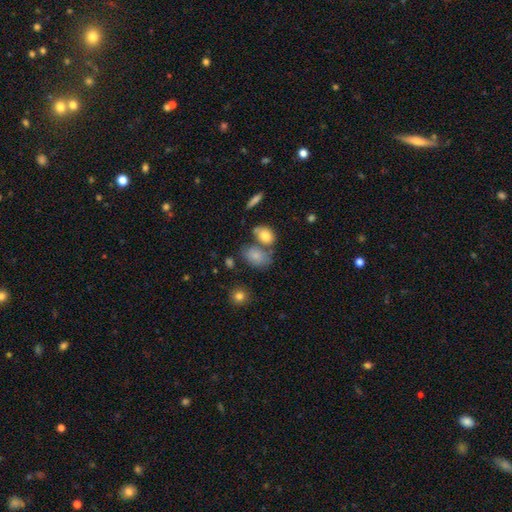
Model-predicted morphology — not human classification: Overall: smooth (78%). How rounded: in between (80%). Merging: none (45%; merger 29%).